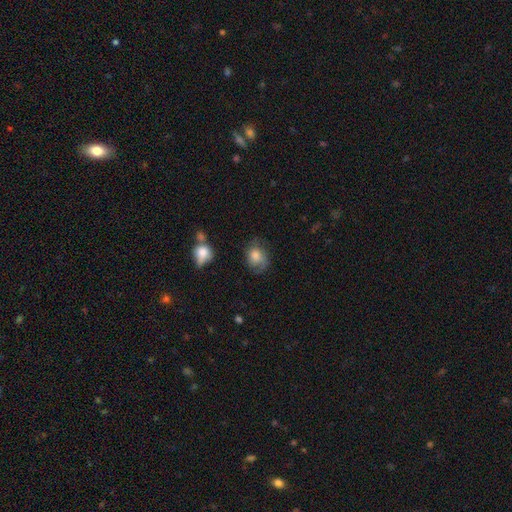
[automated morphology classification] smooth-or-featured: smooth: 68% | featured or disk: 23% | star or artifact: 9%
  how-rounded: in between: 54% | round: 45% | cigar-shaped: 1%
  merging: none: 49% | minor disturbance: 30% | major disturbance: 17% | merger: 3%